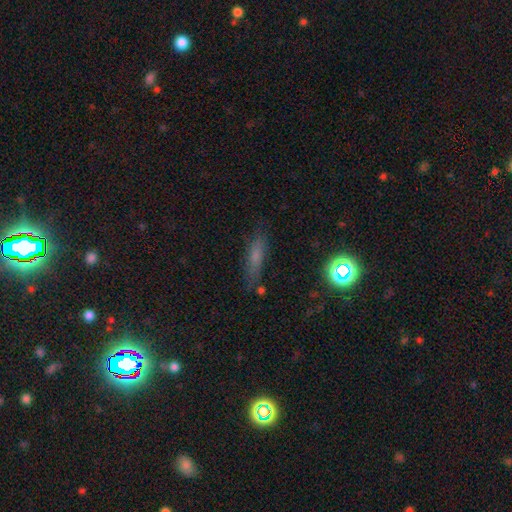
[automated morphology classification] Smooth or featured?
  - smooth: 60% *
  - featured or disk: 22%
  - star or artifact: 19%
How rounded?
  - cigar-shaped: 67% *
  - in between: 28%
  - round: 5%
Merging?
  - none: 74% *
  - minor disturbance: 17%
  - major disturbance: 5%
  - merger: 3%